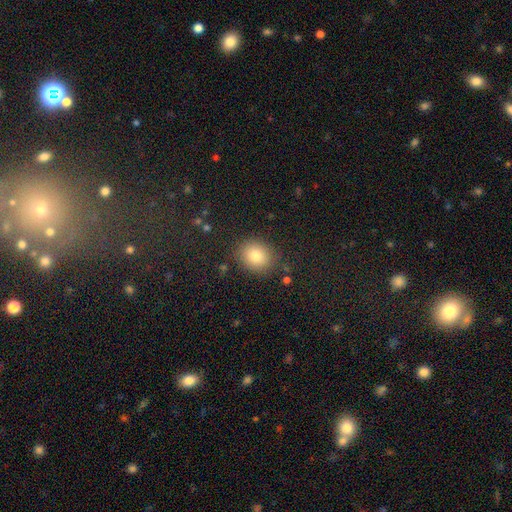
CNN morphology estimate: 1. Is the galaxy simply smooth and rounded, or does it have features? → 83% smooth, 11% star or artifact, 7% featured or disk.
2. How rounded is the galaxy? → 67% round, 32% in between, 1% cigar-shaped.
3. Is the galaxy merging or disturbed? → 86% none, 9% minor disturbance, 3% major disturbance, 2% merger.